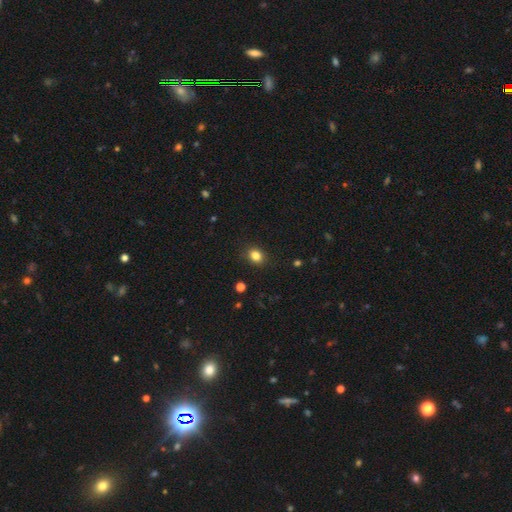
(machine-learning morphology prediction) Smooth or featured? Predicted: smooth (p=0.84). How rounded? Predicted: round (p=0.50). Merging? Predicted: none (p=0.88).